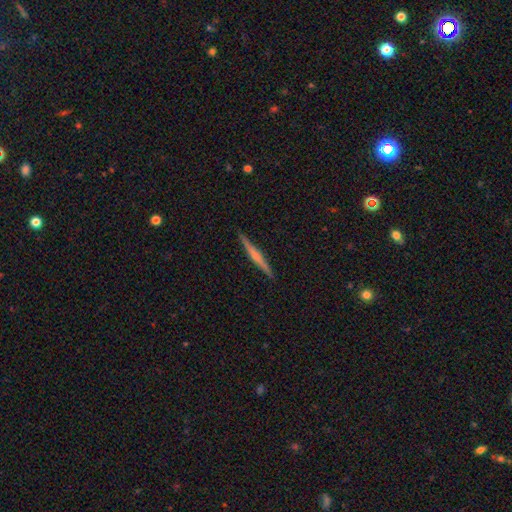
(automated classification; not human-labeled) This is likely a featured or disk galaxy (63%). It is clearly viewed edge-on (98%). Edge-on bulge: likely rounded (62%). Merging: clearly none (92%).